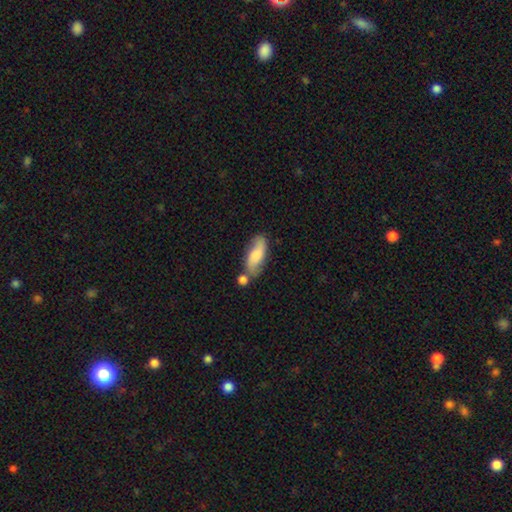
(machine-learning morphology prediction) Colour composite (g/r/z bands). It shows a smooth galaxy with no disk features (58%) that is in between round and cigar-shaped (73%). Merging: none (54%).